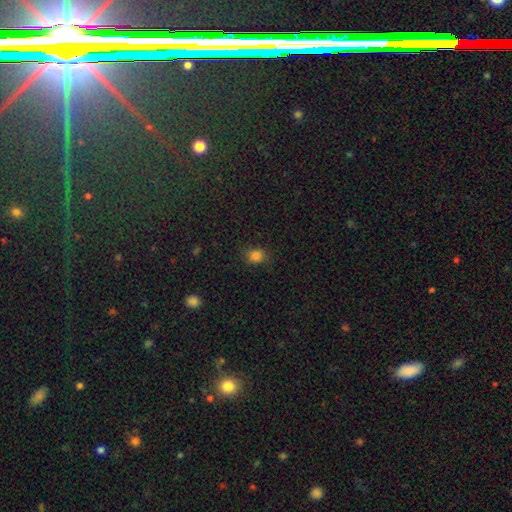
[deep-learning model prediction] Smooth or featured?
  - smooth: 82% *
  - star or artifact: 14%
  - featured or disk: 4%
How rounded?
  - round: 64% *
  - in between: 34%
  - cigar-shaped: 1%
Merging?
  - none: 78% *
  - minor disturbance: 16%
  - major disturbance: 5%
  - merger: 1%